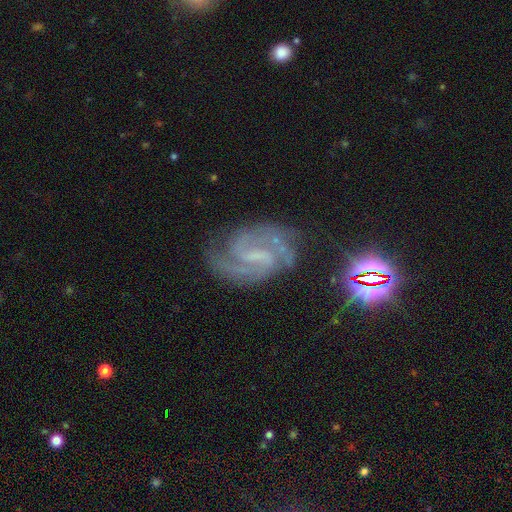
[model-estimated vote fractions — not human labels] Smooth or featured? featured or disk (87%)
Edge-on disk? no (98%)
Bar? weak (54%)
Spiral arms? yes (98%)
Spiral winding? medium (54%)
Spiral arm count? 2 (77%)
Bulge size? none (47%)
Merging? none (70%)